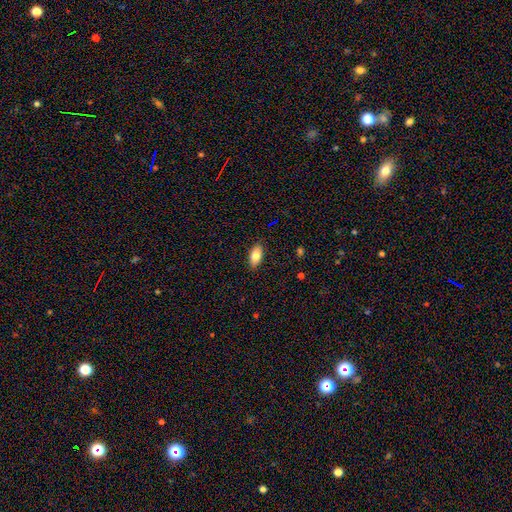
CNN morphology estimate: smooth_or_featured: smooth (p=0.81) [alt: featured or disk p=0.12]
how_rounded: in between (p=0.90) [alt: cigar-shaped p=0.07]
merging: none (p=0.88) [alt: minor disturbance p=0.09]